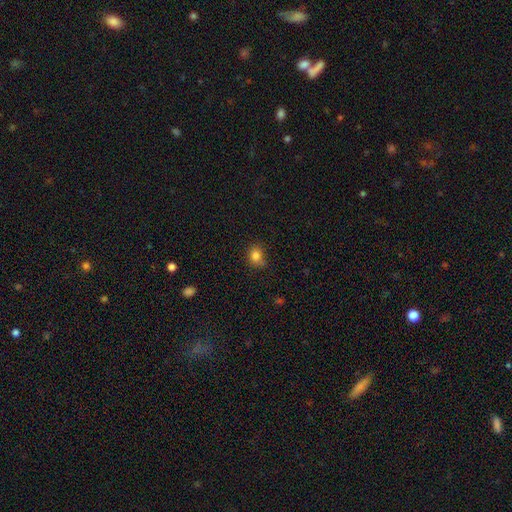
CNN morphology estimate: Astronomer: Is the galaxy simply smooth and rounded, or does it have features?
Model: smooth — 82%.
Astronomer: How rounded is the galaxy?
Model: round — 68%.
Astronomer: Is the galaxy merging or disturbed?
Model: none — 67%.